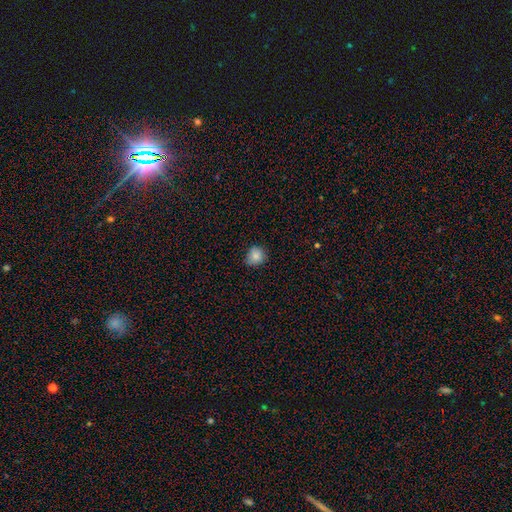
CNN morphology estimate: smooth-or-featured: smooth: 84% | star or artifact: 10% | featured or disk: 5%
  how-rounded: round: 86% | in between: 13% | cigar-shaped: 1%
  merging: none: 79% | minor disturbance: 18% | major disturbance: 3% | merger: 1%